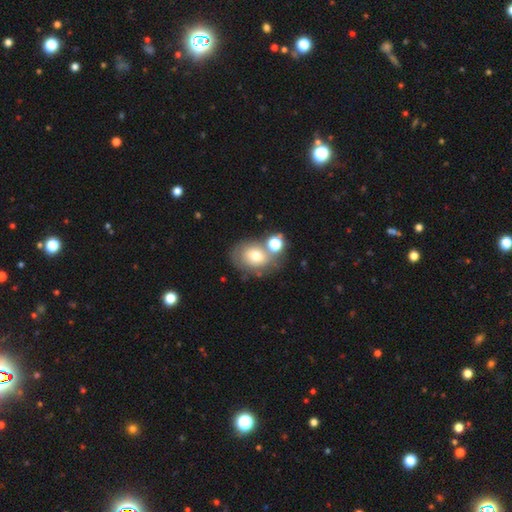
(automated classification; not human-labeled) This is likely a smooth galaxy (63%). How rounded: possibly in between (59%). Merging: possibly none (51%).